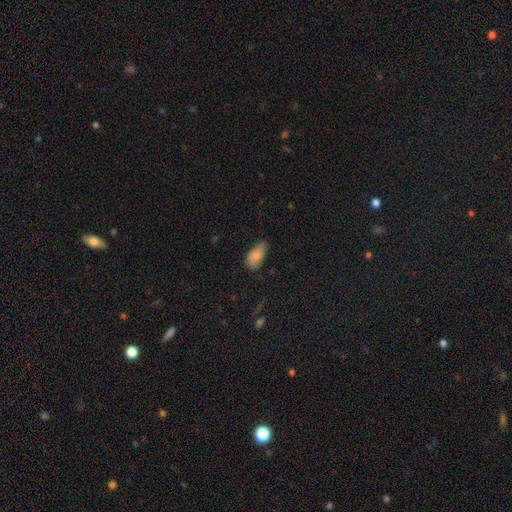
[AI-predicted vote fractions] This appears to be a smooth galaxy with no disk features (84%) that is in between round and cigar-shaped (93%). Merging: none (67%).